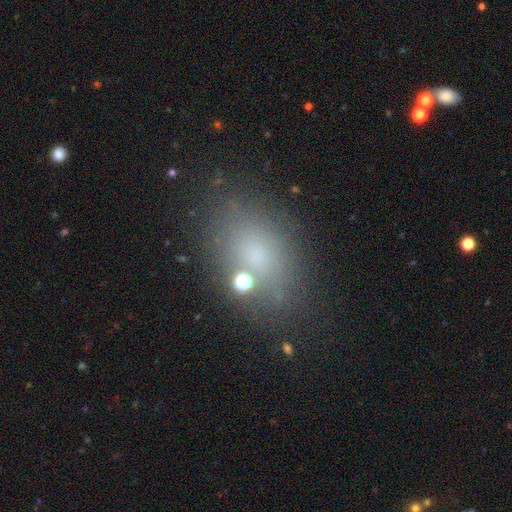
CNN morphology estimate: A smooth galaxy with no disk features (71%) that is in between round and cigar-shaped (79%). Merging: none (75%).